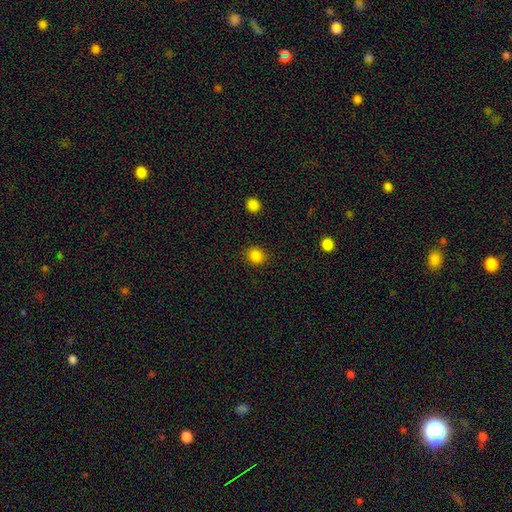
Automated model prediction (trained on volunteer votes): This appears to be a smooth galaxy with no disk features (86%) that is round (78%). Merging: none (89%).